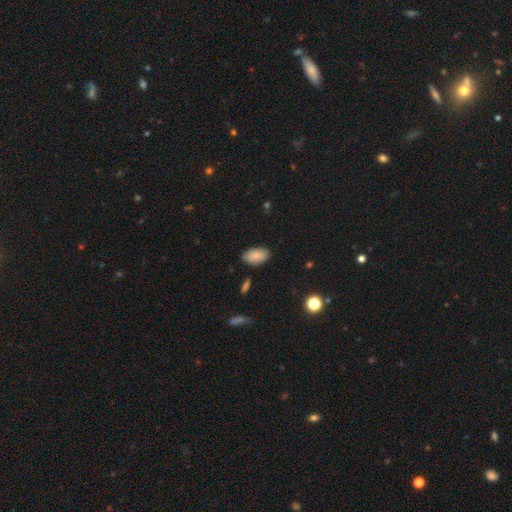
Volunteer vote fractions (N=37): This appears to be a smooth galaxy with no disk features (95%) that is in between round and cigar-shaped (97%). Merging: none (91%).